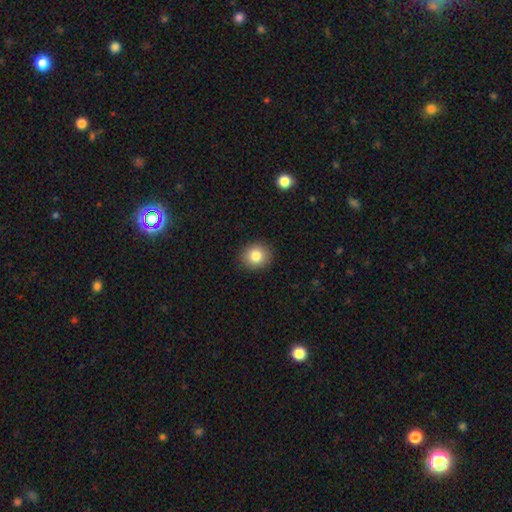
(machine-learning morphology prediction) The model was most divided on "how rounded": round: 78%, in between: 21%, cigar-shaped: 1%. More confident: merging — none (90%); smooth or featured — smooth (83%).